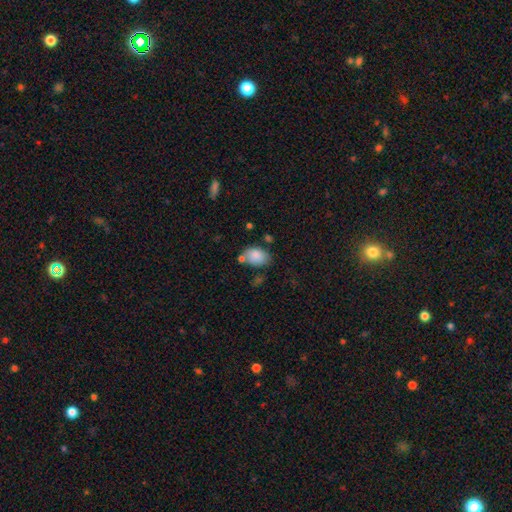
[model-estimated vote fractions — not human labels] A smooth galaxy with no disk features (85%) that is in between round and cigar-shaped (81%). Merging: none (61%).